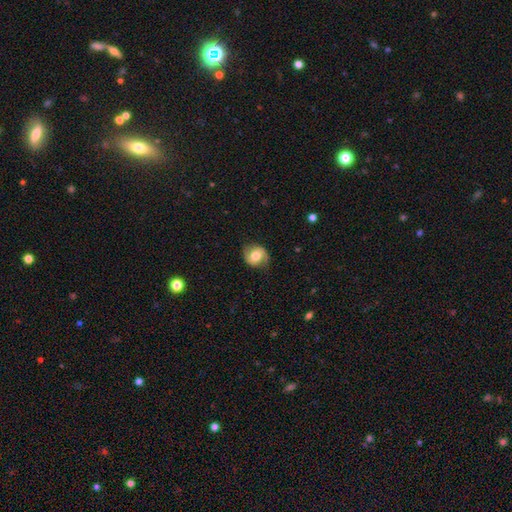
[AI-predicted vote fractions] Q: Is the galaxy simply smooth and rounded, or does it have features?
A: featured or disk — 47%.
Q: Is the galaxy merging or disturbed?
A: none — 75%.